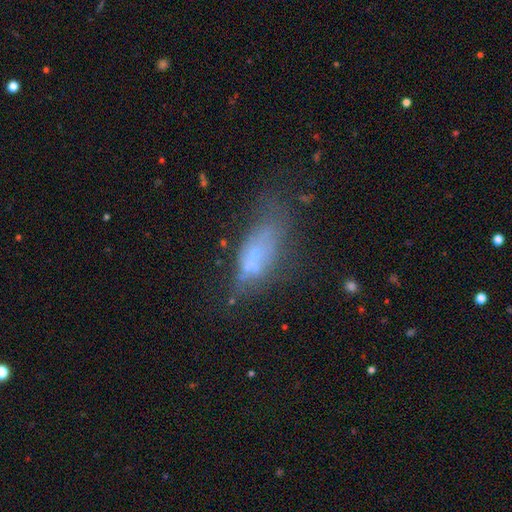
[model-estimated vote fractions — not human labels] Smooth or featured: smooth — 42% (featured or disk — 41%)
Merging: none — 35% (major disturbance — 26%)